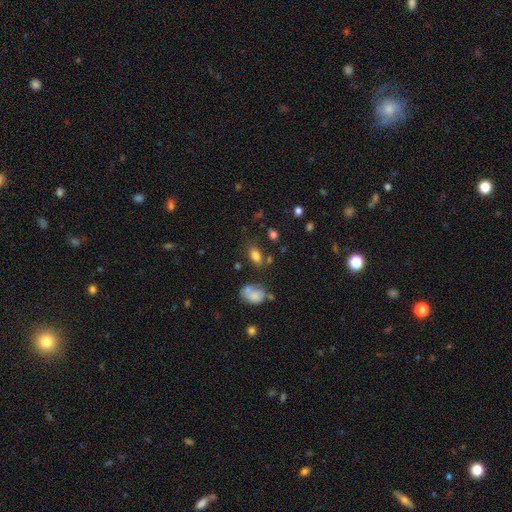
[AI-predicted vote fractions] Smooth or featured: smooth — 80% (star or artifact — 12%)
How rounded: in between — 83% (round — 15%)
Merging: none — 68% (minor disturbance — 16%)